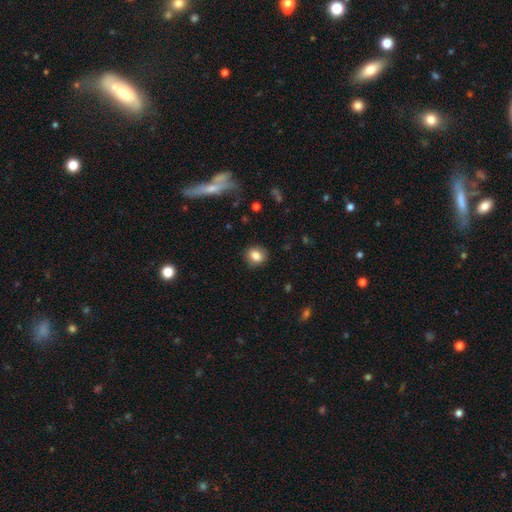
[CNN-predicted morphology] smooth 83%, star or artifact 9%, featured or disk 8%. Down the decision tree: how rounded — round (65%); merging — none (87%).